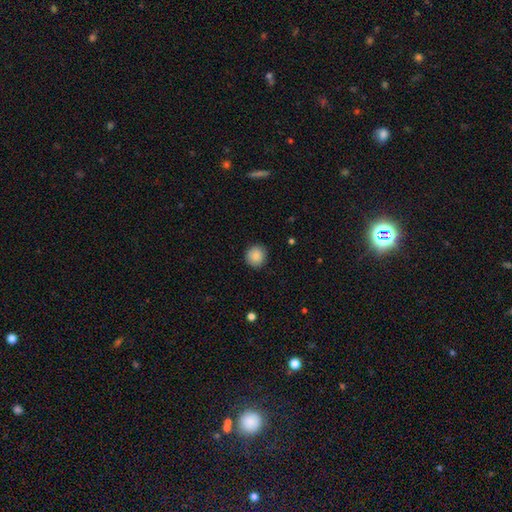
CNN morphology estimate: A smooth galaxy with no disk features (88%) that is round (91%).

Vote fractions:
- Smooth or featured? smooth: 88% / star or artifact: 8% / featured or disk: 4%
- How rounded? round: 91% / in between: 8% / cigar-shaped: 1%
- Merging? none: 89% / minor disturbance: 8% / major disturbance: 2% / merger: 1%